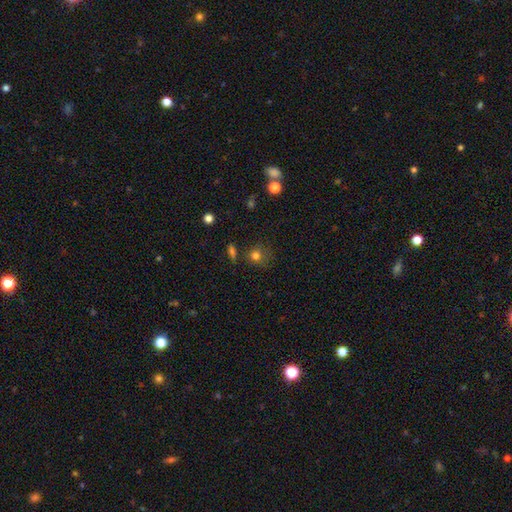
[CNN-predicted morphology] smooth_or_featured: smooth (p=0.76) [alt: star or artifact p=0.15]
how_rounded: round (p=0.82) [alt: in between p=0.16]
merging: none (p=0.68) [alt: minor disturbance p=0.19]